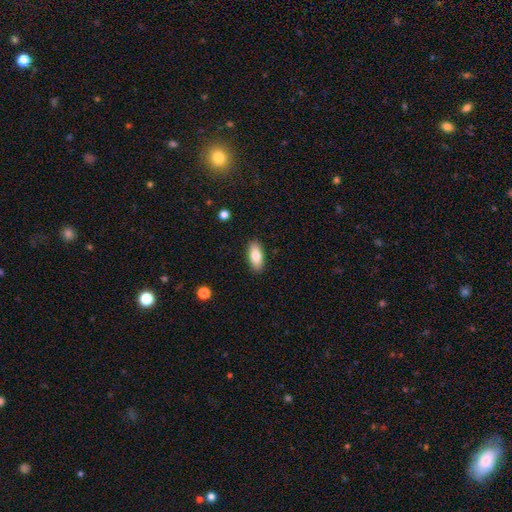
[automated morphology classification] Smooth or featured? smooth (81%)
How rounded? in between (86%)
Merging? none (89%)